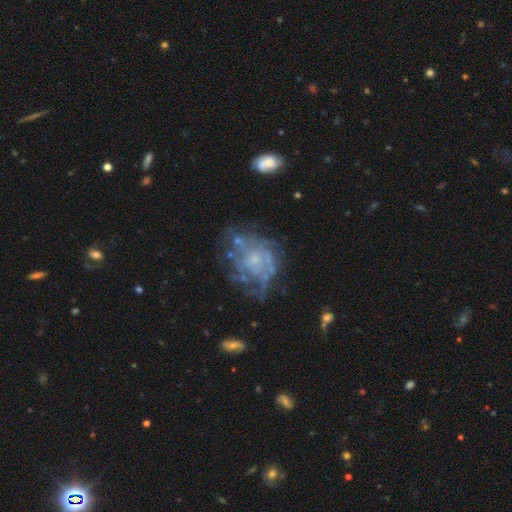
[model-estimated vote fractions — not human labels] smooth-or-featured: featured or disk: 65% | star or artifact: 18% | smooth: 16%
  disk-edge-on: no: 97% | yes: 3%
    bar: no: 76% | weak: 20% | strong: 4%
    has-spiral-arms: yes: 71% | no: 29%
    bulge-size: small: 61% | moderate: 22% | none: 14% | large: 2% | dominant: 1%
  merging: none: 57% | minor disturbance: 20% | major disturbance: 18% | merger: 5%